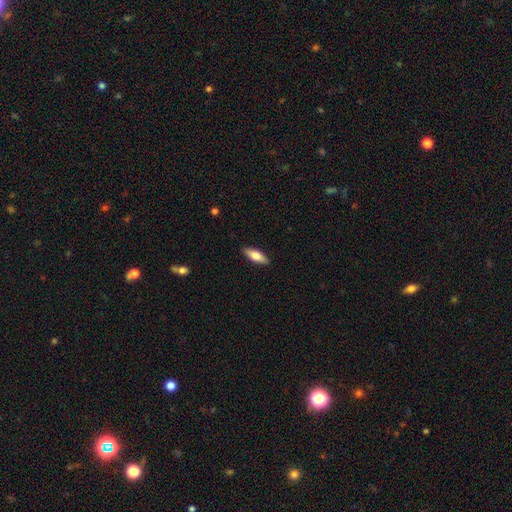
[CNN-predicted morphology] This is likely a smooth galaxy (71%). How rounded: likely in between (61%). Merging: clearly none (90%).